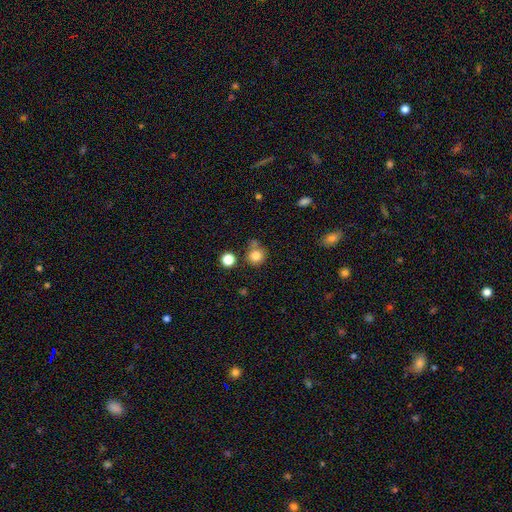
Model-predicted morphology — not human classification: Smooth or featured? smooth (82%)
How rounded? round (89%)
Merging? none (67%)